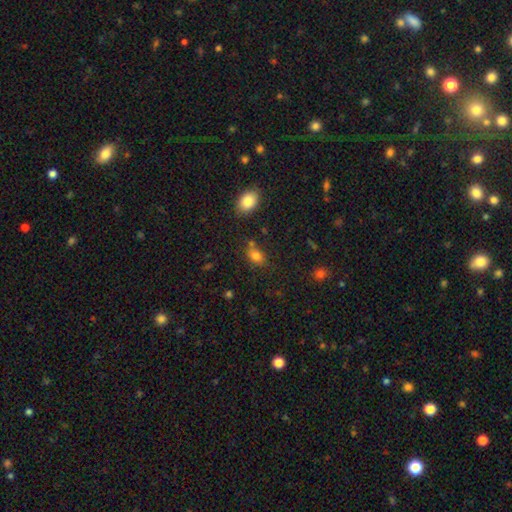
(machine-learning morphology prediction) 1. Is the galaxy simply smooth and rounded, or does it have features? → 80% smooth, 12% star or artifact, 8% featured or disk.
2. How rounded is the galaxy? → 76% in between, 22% round, 2% cigar-shaped.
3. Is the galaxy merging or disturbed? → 66% none, 17% minor disturbance, 12% merger, 5% major disturbance.